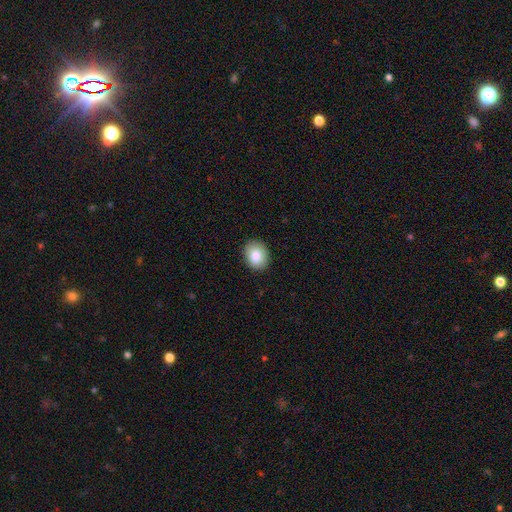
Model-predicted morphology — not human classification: Smooth or featured: smooth — 85% (star or artifact — 8%)
How rounded: in between — 56% (round — 43%)
Merging: none — 89% (minor disturbance — 8%)